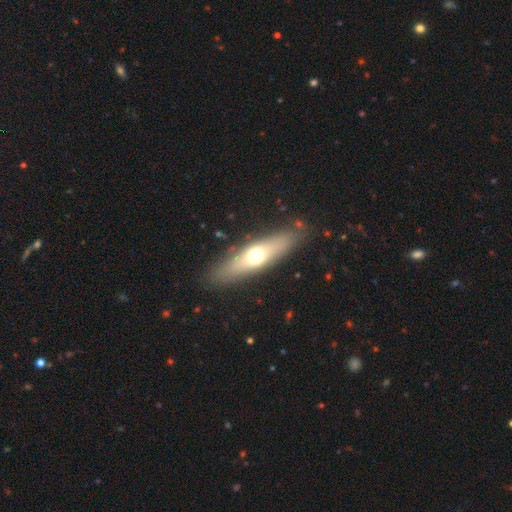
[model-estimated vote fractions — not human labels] Morphology: type=smooth (54%); roundness=cigar-shaped (62%); merging=none (85%).